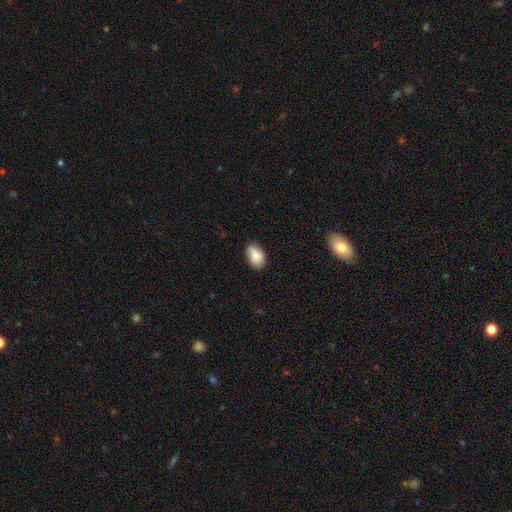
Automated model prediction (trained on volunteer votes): smooth-or-featured: smooth: 86% | star or artifact: 7% | featured or disk: 7%
  how-rounded: in between: 88% | round: 11% | cigar-shaped: 1%
  merging: none: 72% | minor disturbance: 23% | major disturbance: 4% | merger: 2%